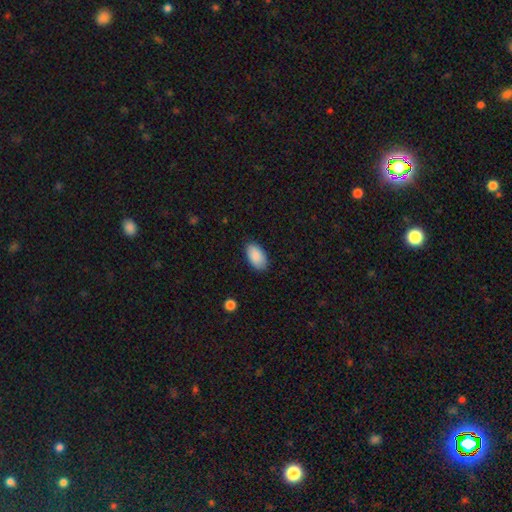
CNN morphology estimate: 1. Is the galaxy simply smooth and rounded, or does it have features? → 90% smooth, 6% star or artifact, 4% featured or disk.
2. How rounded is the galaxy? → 95% in between, 3% round, 2% cigar-shaped.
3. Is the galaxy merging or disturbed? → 86% none, 10% minor disturbance, 2% major disturbance, 1% merger.